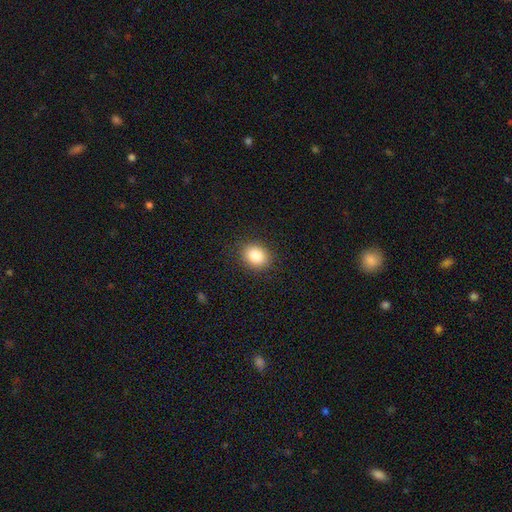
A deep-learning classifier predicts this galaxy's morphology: Smooth or featured: smooth — 85% (star or artifact — 9%)
How rounded: round — 56% (in between — 43%)
Merging: none — 89% (minor disturbance — 8%)